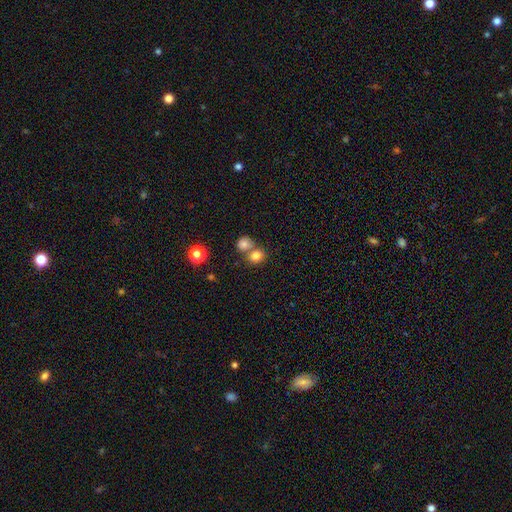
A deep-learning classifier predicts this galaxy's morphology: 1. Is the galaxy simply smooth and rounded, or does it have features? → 80% smooth, 12% star or artifact, 8% featured or disk.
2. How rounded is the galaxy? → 70% round, 29% in between, 1% cigar-shaped.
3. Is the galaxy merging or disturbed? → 46% none, 44% merger, 7% minor disturbance, 3% major disturbance.